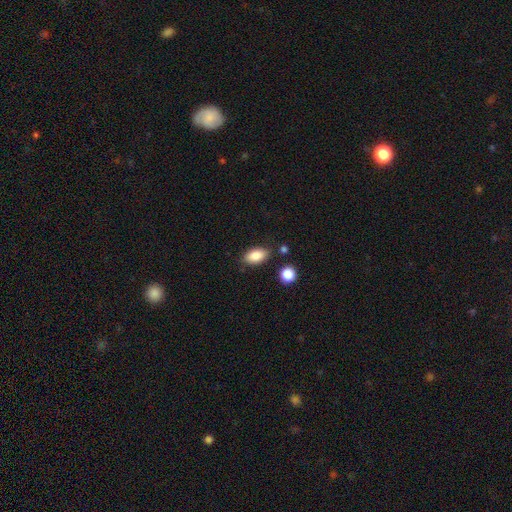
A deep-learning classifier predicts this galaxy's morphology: smooth_or_featured: smooth (p=0.86) [alt: star or artifact p=0.08]
how_rounded: in between (p=0.91) [alt: round p=0.05]
merging: none (p=0.81) [alt: minor disturbance p=0.12]